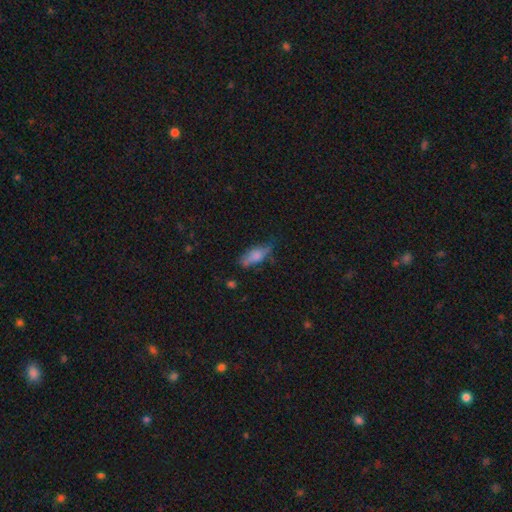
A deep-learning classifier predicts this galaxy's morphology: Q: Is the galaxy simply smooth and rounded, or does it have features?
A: smooth — 70%.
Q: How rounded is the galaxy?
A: in between — 71%.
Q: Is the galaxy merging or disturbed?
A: none — 50%.